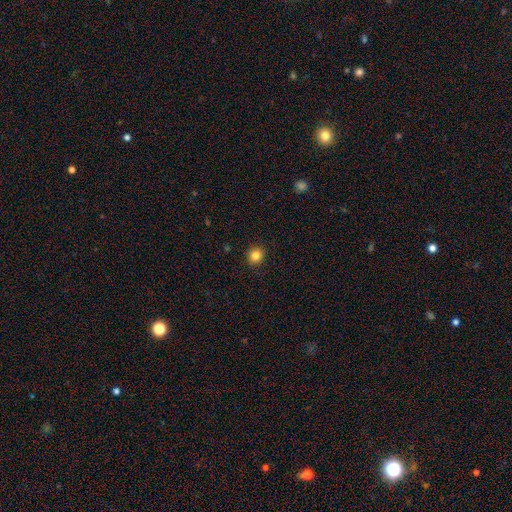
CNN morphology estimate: Q: Smooth or featured?
A: smooth (84%); runner-up: star or artifact (11%)
Q: How rounded?
A: round (90%); runner-up: in between (10%)
Q: Merging?
A: none (92%); runner-up: minor disturbance (6%)